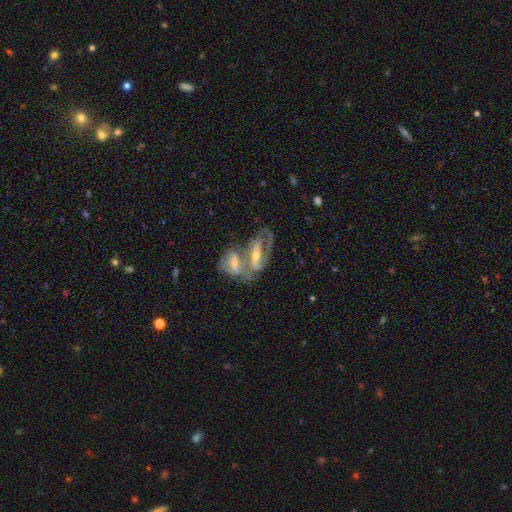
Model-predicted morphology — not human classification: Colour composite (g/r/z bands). It shows a featured or disk galaxy (78%) with a strong bar (44%), 2 (66%) medium (43%) spiral arms (85%) and a moderate central bulge (54%). Merging: merger (60%).